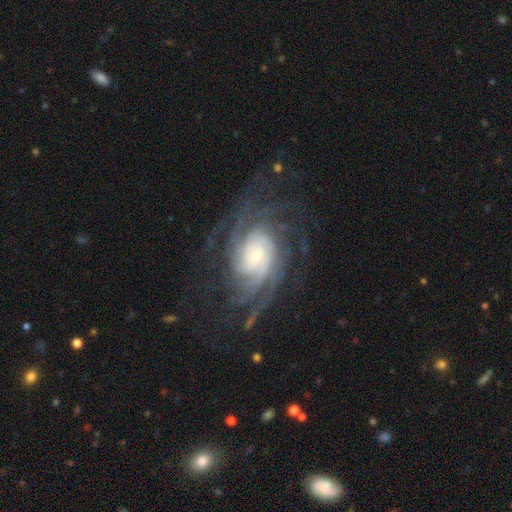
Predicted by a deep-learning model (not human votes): Smooth or featured? featured or disk (88%)
Edge-on disk? no (97%)
Bar? no (68%)
Spiral arms? yes (98%)
Spiral winding? tight (63%)
Spiral arm count? can't tell (24%)
Bulge size? small (61%)
Merging? none (70%)